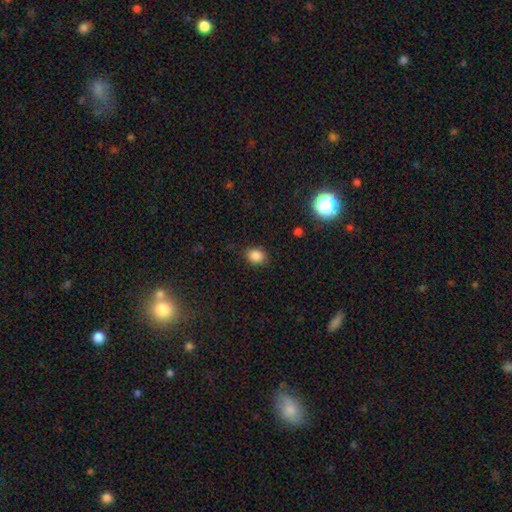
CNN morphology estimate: This appears to be a smooth galaxy with no disk features (85%) that is in between round and cigar-shaped (50%). Merging: none (84%).